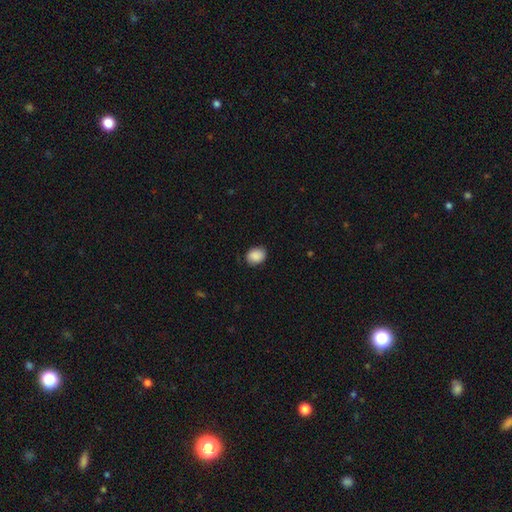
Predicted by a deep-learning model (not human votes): Overall: smooth (88%). How rounded: in between (55%; round 44%). Merging: none (81%).